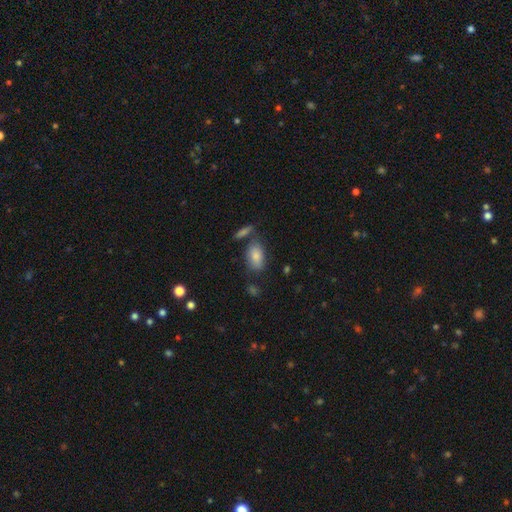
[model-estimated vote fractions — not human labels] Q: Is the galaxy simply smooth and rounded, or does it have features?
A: smooth — 77%.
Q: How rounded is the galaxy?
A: in between — 89%.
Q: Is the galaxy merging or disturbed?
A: none — 68%.